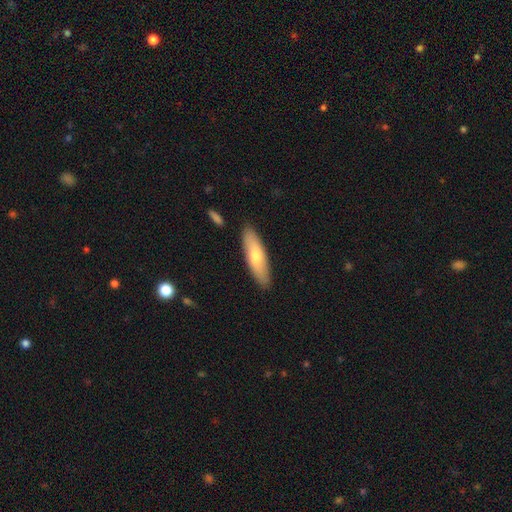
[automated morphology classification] Q: Smooth or featured?
A: smooth (67%); runner-up: featured or disk (28%)
Q: How rounded?
A: cigar-shaped (55%); runner-up: in between (43%)
Q: Merging?
A: none (87%); runner-up: minor disturbance (9%)